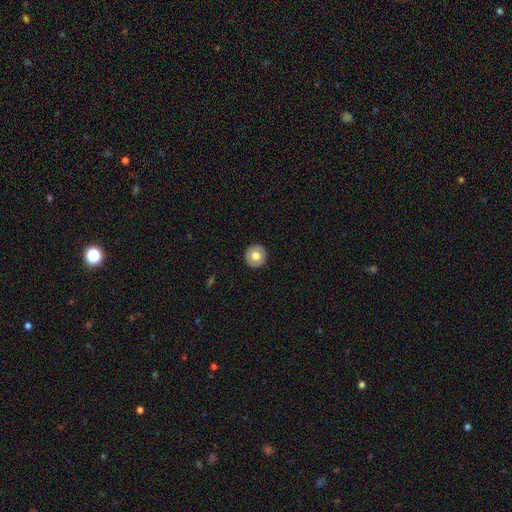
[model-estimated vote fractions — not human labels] Smooth or featured? smooth (69%)
How rounded? round (94%)
Merging? none (92%)